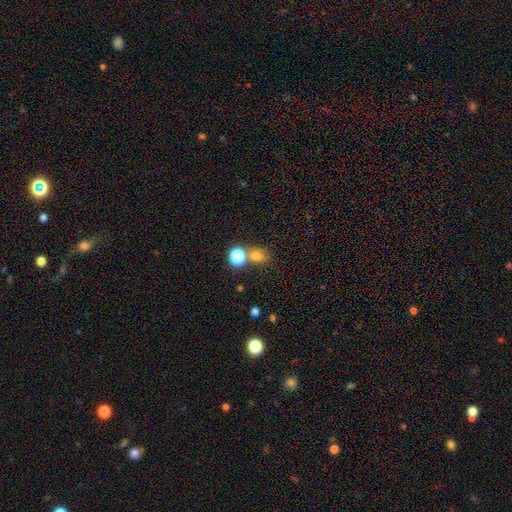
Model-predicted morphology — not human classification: Smooth or featured? smooth (69%)
How rounded? round (54%)
Merging? none (61%)